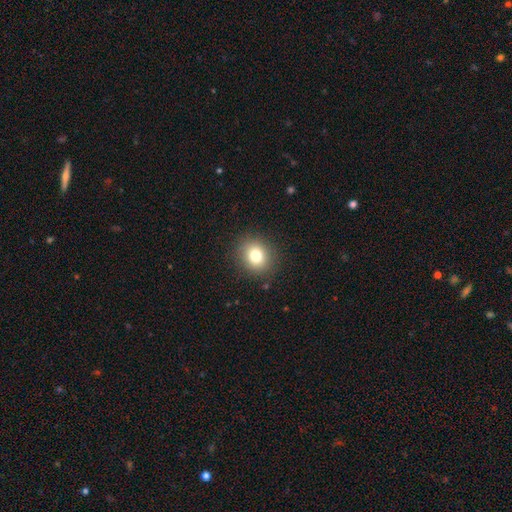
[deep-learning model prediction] Smooth or featured? Predicted: smooth (p=0.79). How rounded? Predicted: round (p=0.74). Merging? Predicted: none (p=0.88).